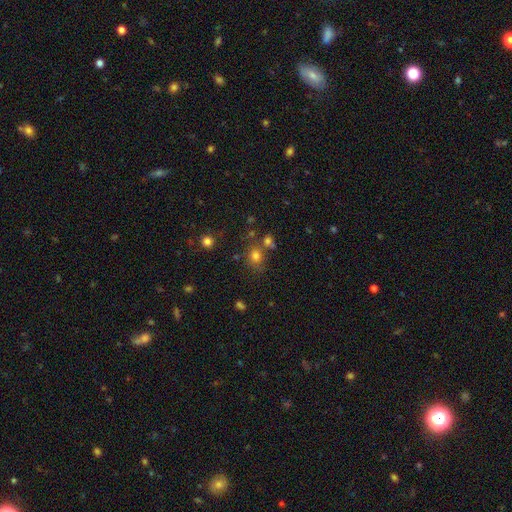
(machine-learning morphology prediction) This appears to be a smooth galaxy with no disk features (75%) that is round (77%). Merging: none (65%).